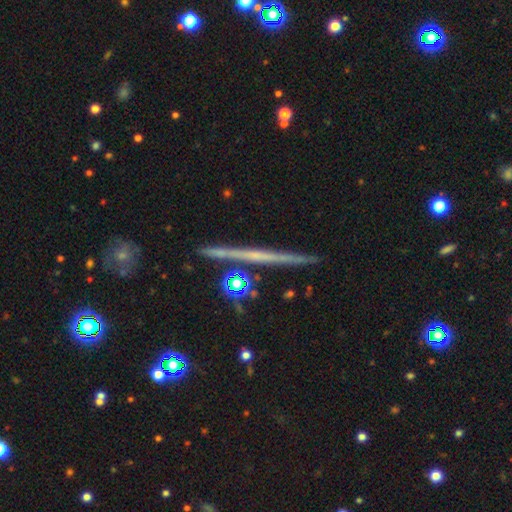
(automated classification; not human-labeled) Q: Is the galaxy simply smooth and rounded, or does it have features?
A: featured or disk — 66%.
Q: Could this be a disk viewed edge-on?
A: yes — 98%.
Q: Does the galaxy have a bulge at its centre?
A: none — 82%.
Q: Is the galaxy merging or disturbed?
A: none — 90%.